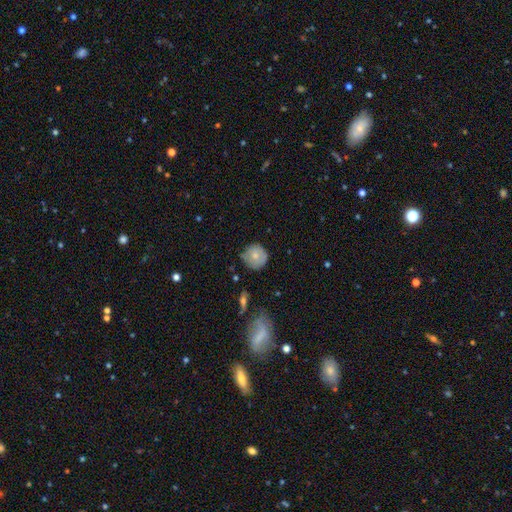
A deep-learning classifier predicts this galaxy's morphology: Q: Smooth or featured?
A: smooth (73%); runner-up: featured or disk (19%)
Q: How rounded?
A: round (91%); runner-up: in between (8%)
Q: Merging?
A: none (70%); runner-up: minor disturbance (24%)